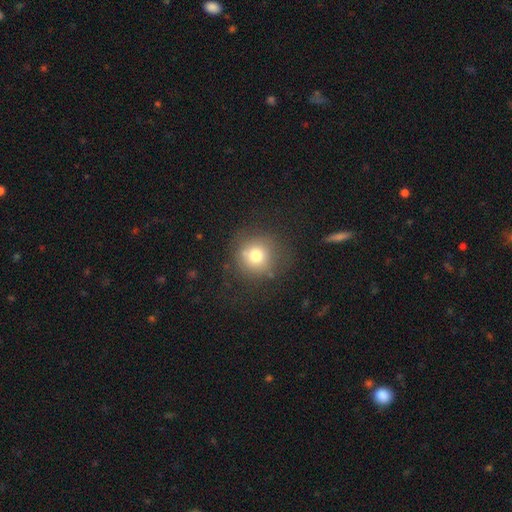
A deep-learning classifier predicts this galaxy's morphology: Overall: smooth (74%). How rounded: round (90%). Merging: none (72%).